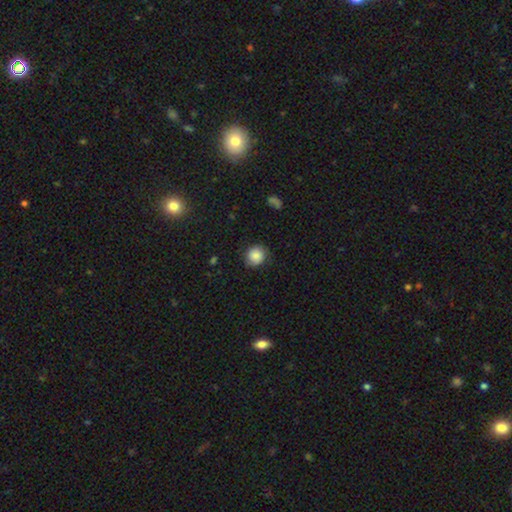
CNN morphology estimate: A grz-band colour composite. It shows a smooth galaxy with no disk features (84%) that is round (86%). Merging: none (80%).